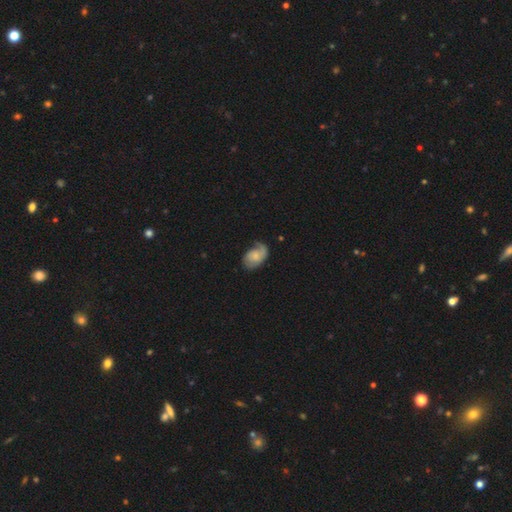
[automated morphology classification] featured or disk 51%, smooth 42%, star or artifact 7%. Down the decision tree: edge-on disk — no (96%); merging — none (48%).